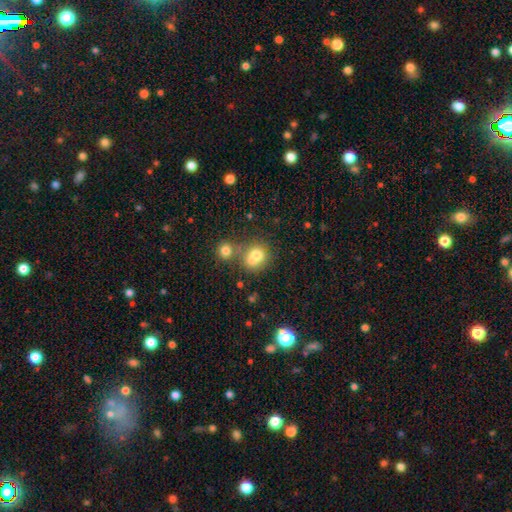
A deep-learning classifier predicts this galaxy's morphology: Smooth or featured?
  - smooth: 76% *
  - star or artifact: 12%
  - featured or disk: 12%
How rounded?
  - round: 68% *
  - in between: 31%
  - cigar-shaped: 1%
Merging?
  - merger: 42% *
  - none: 41%
  - minor disturbance: 12%
  - major disturbance: 5%